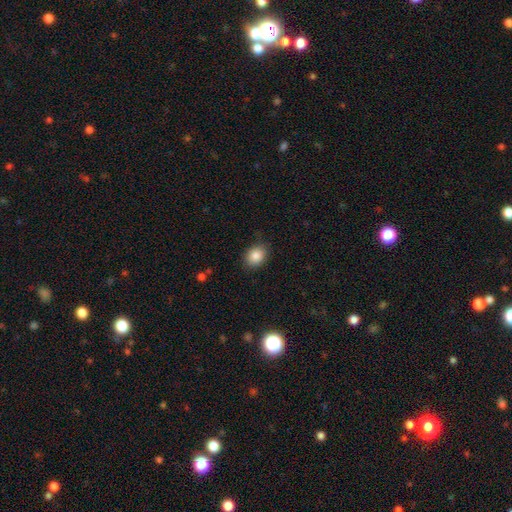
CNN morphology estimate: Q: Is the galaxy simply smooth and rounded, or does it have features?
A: smooth — 86%.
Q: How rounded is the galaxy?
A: in between — 61%.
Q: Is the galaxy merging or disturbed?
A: none — 83%.